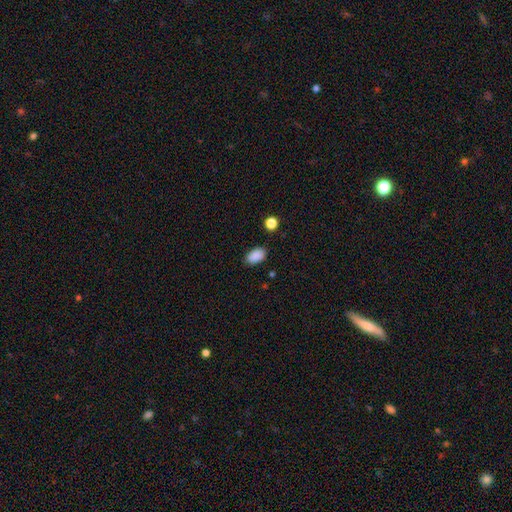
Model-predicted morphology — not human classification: Smooth or featured? smooth (89%)
How rounded? in between (91%)
Merging? none (85%)